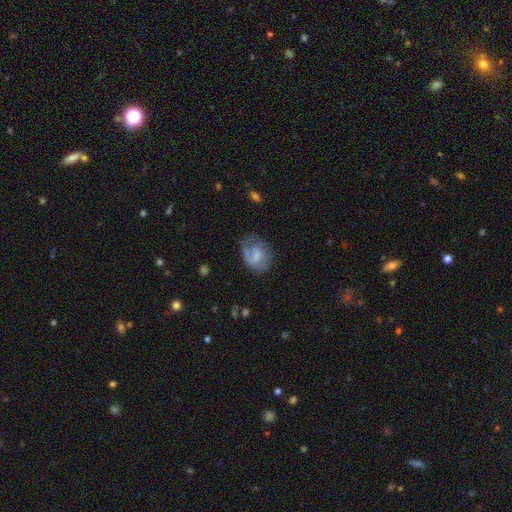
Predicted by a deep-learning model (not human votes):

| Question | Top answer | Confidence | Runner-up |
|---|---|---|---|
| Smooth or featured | featured or disk | 55% | smooth (37%) |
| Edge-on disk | no | 97% | yes (3%) |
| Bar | weak | 47% | no (40%) |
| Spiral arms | yes | 73% | no (27%) |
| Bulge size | none | 38% | small (29%) |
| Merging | none | 46% | minor disturbance (27%) |